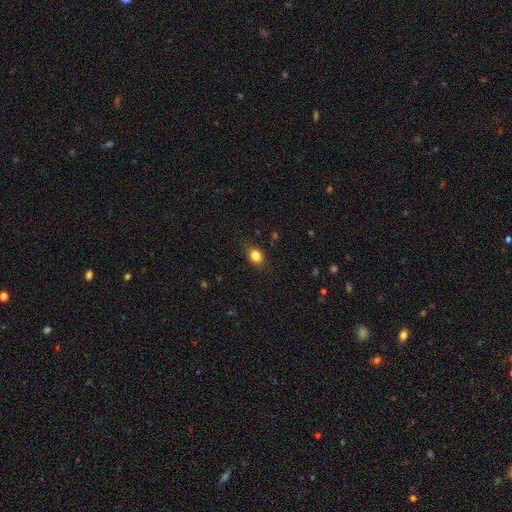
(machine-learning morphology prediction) Q: Smooth or featured?
A: smooth (84%); runner-up: star or artifact (10%)
Q: How rounded?
A: in between (56%); runner-up: round (43%)
Q: Merging?
A: none (82%); runner-up: minor disturbance (14%)